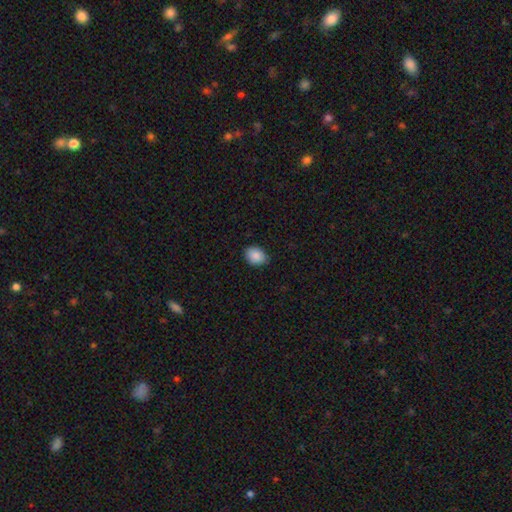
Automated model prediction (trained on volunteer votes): Morphology: type=smooth (89%); roundness=in between (69%); merging=none (82%).